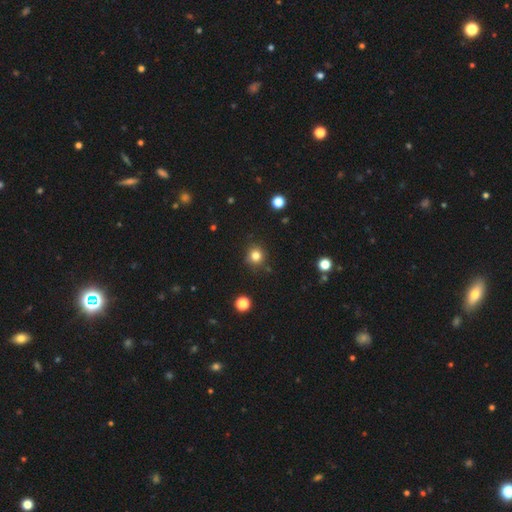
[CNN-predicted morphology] Q: Smooth or featured?
A: smooth (80%); runner-up: star or artifact (14%)
Q: How rounded?
A: round (91%); runner-up: in between (8%)
Q: Merging?
A: none (88%); runner-up: minor disturbance (8%)